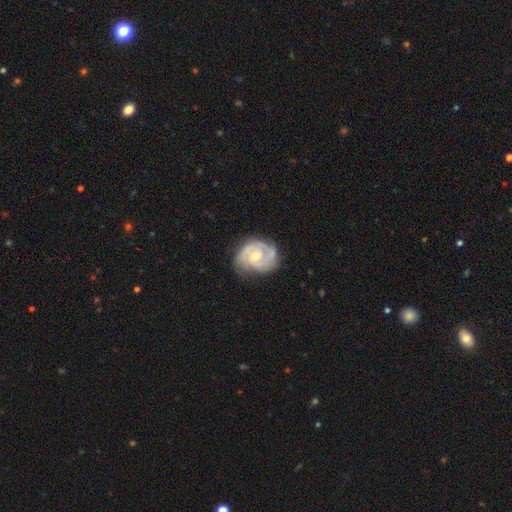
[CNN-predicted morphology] Overall: featured or disk (82%). Edge-on disk: no (98%). Bar: no (66%; weak 30%). Spiral arms: yes (93%). Spiral arm count: 2 (65%). Spiral winding: tight (58%; medium 34%). Bulge size: moderate (50%; small 46%). Merging: none (67%).